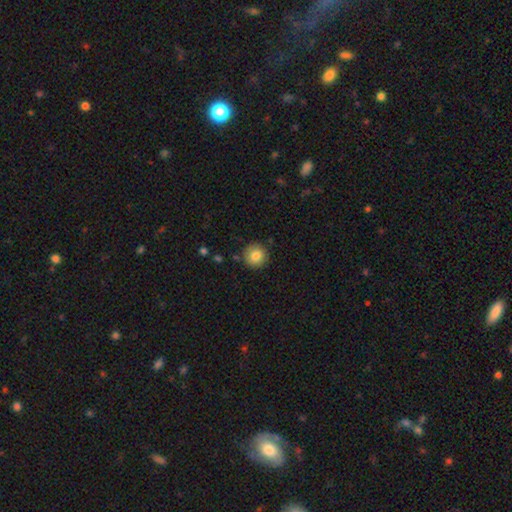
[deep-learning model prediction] This appears to be a smooth galaxy with no disk features (83%) that is round (94%). Merging: none (88%).